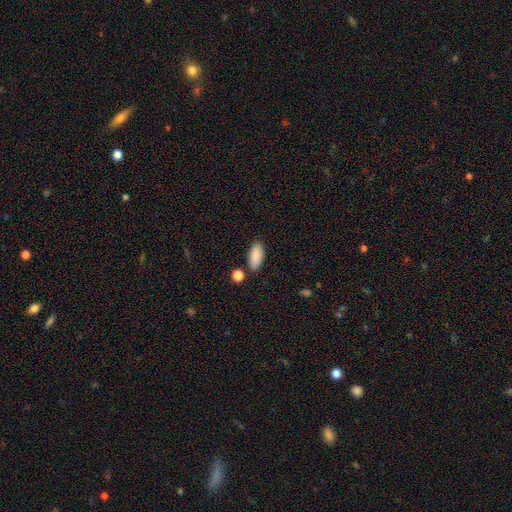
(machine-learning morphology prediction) This appears to be a smooth galaxy with no disk features (88%) that is in between round and cigar-shaped (86%). Merging: none (80%).